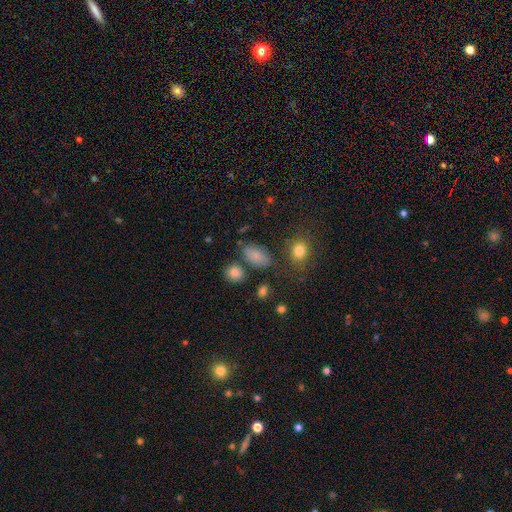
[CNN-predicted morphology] The model was most divided on "merging": none: 69%, minor disturbance: 18%, merger: 7%, major disturbance: 6%. More confident: how rounded — in between (86%); smooth or featured — smooth (77%).